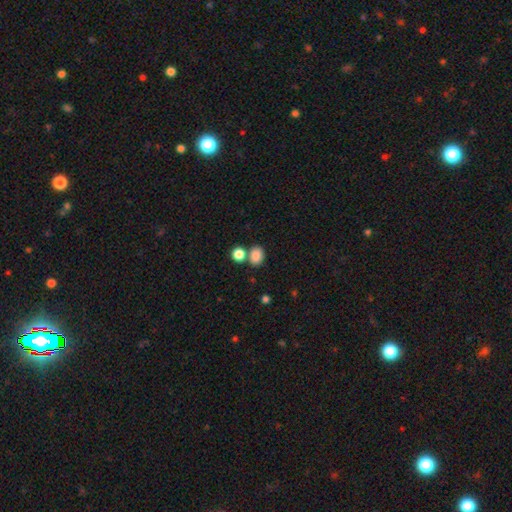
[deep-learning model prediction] This is clearly a smooth galaxy (85%). How rounded: possibly in between (56%). Merging: possibly none (60%).